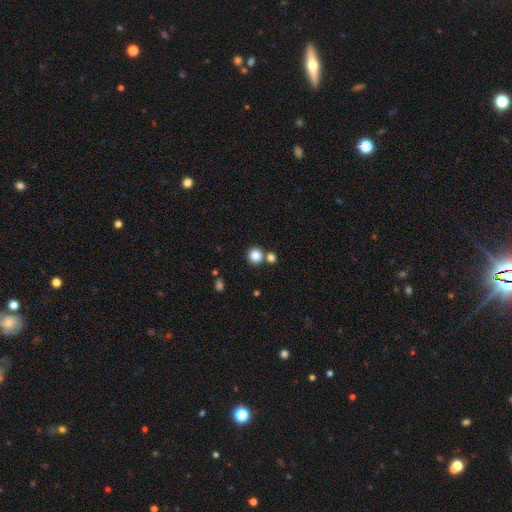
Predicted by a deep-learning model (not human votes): This is clearly a smooth galaxy (84%). How rounded: clearly round (92%). Merging: likely none (70%).